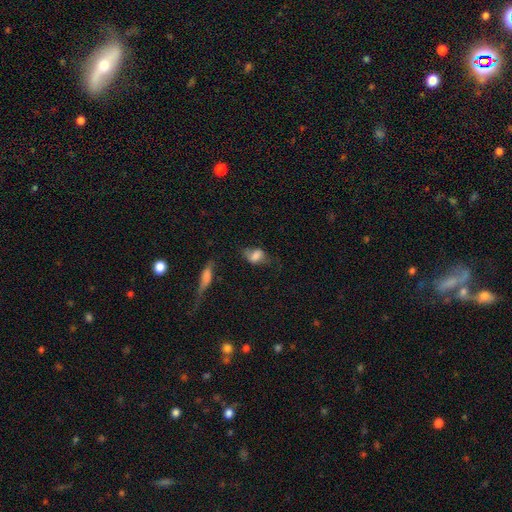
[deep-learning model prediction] Smooth or featured? Predicted: smooth (p=0.68). How rounded? Predicted: in between (p=0.80). Merging? Predicted: none (p=0.44).